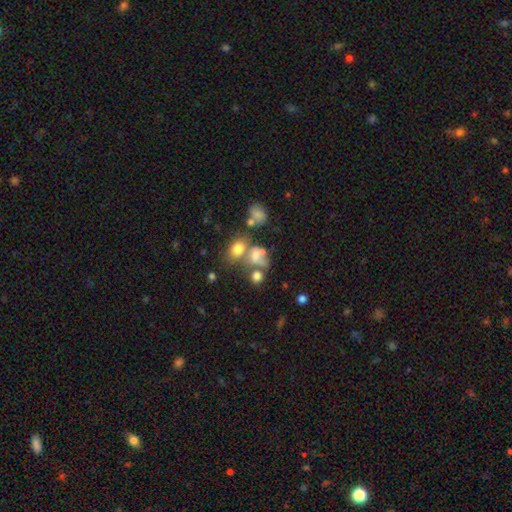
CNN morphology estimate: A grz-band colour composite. It shows a smooth galaxy with no disk features (63%) that is in between round and cigar-shaped (58%). Merging: merger (46%).